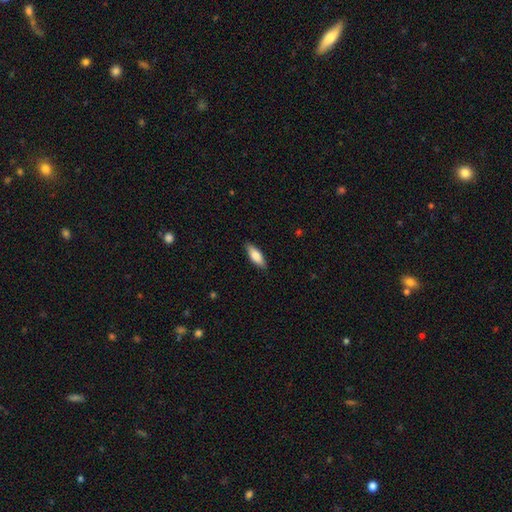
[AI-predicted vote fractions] smooth_or_featured: smooth (p=0.78) [alt: featured or disk p=0.16]
how_rounded: in between (p=0.62) [alt: cigar-shaped p=0.36]
merging: none (p=0.88) [alt: minor disturbance p=0.09]